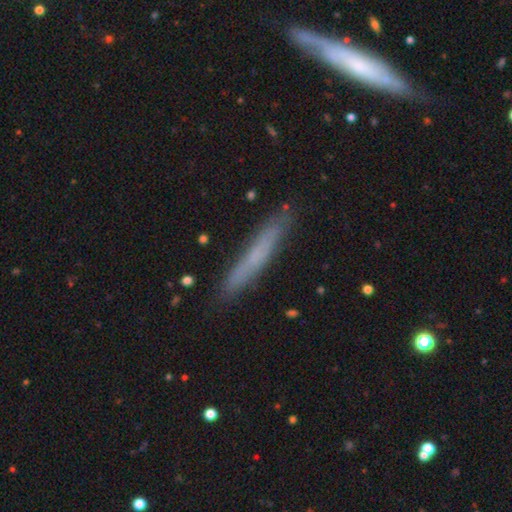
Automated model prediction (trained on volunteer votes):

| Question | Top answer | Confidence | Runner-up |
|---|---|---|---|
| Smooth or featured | smooth | 55% | featured or disk (37%) |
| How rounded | cigar-shaped | 95% | in between (4%) |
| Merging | none | 85% | minor disturbance (11%) |